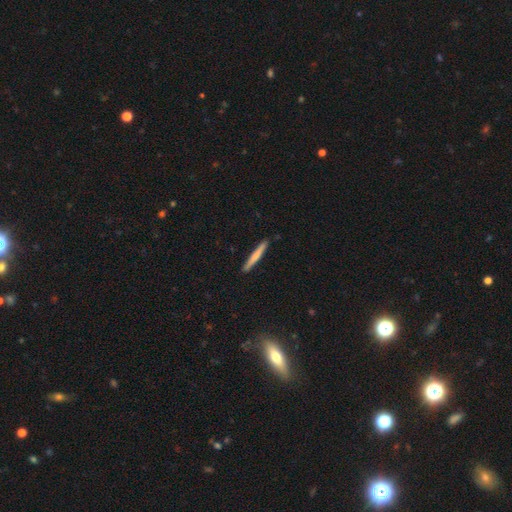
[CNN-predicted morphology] This is likely a smooth galaxy (64%). How rounded: clearly cigar-shaped (96%). Merging: clearly none (91%).